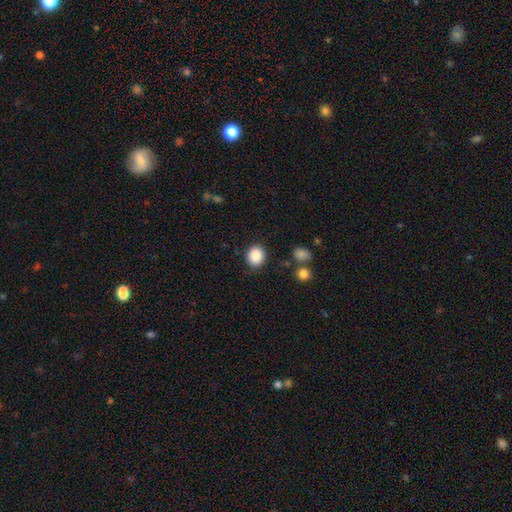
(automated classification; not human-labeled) A smooth galaxy with no disk features (88%) that is round (72%). Merging: none (86%).